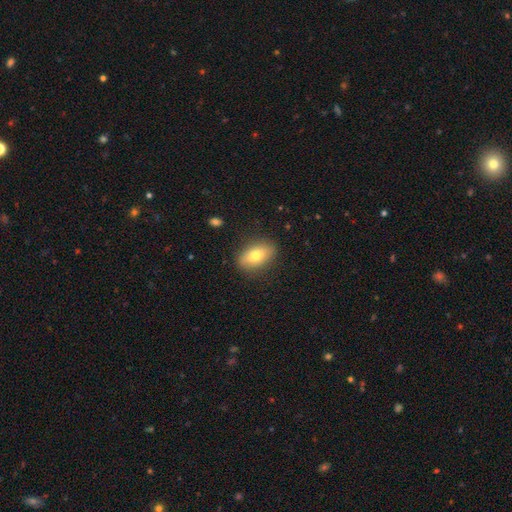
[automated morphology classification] The model was most divided on "smooth or featured": smooth: 73%, featured or disk: 19%, star or artifact: 8%. More confident: how rounded — in between (87%); merging — none (86%).